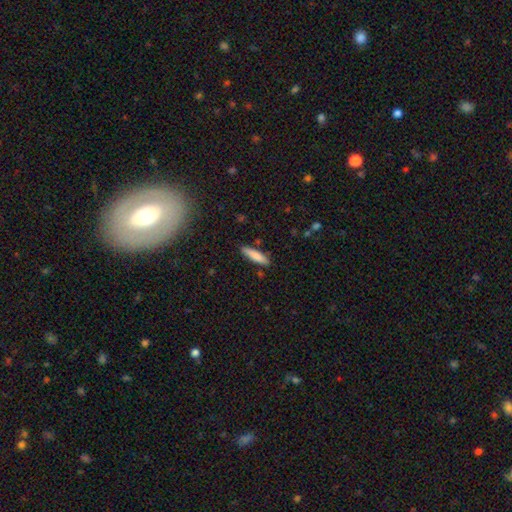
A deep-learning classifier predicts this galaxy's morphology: The model was most divided on "how rounded": cigar-shaped: 77%, in between: 22%, round: 1%. More confident: merging — none (86%); smooth or featured — smooth (82%).